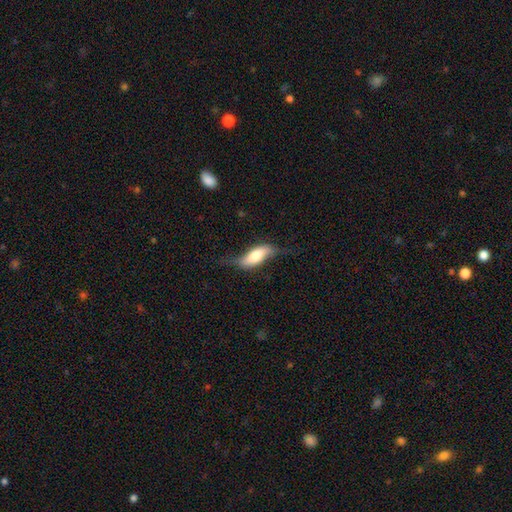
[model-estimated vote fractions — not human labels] This is possibly a smooth galaxy (49%). Merging: possibly none (51%).